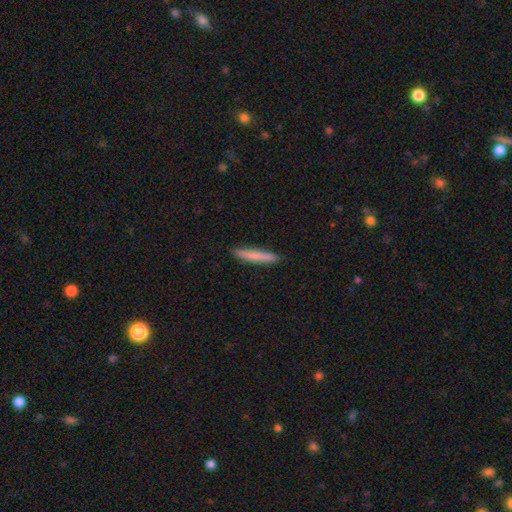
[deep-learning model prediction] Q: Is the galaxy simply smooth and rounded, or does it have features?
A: smooth — 78%.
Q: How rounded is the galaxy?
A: cigar-shaped — 95%.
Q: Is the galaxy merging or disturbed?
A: none — 91%.